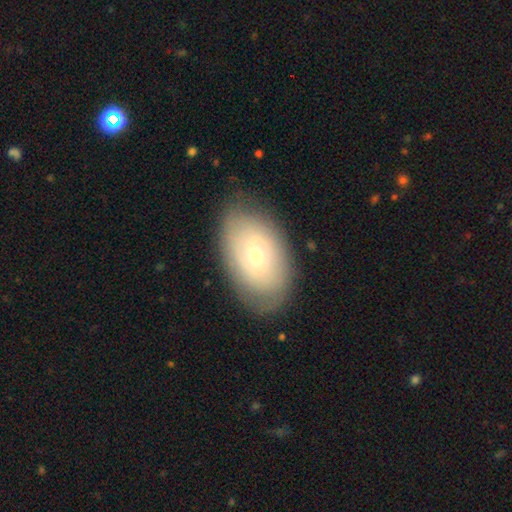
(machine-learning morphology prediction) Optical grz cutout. It shows a featured or disk galaxy (64%) with no bar (57%), tight (64%) spiral arms (84%) and a small central bulge (67%). Merging: none (81%).